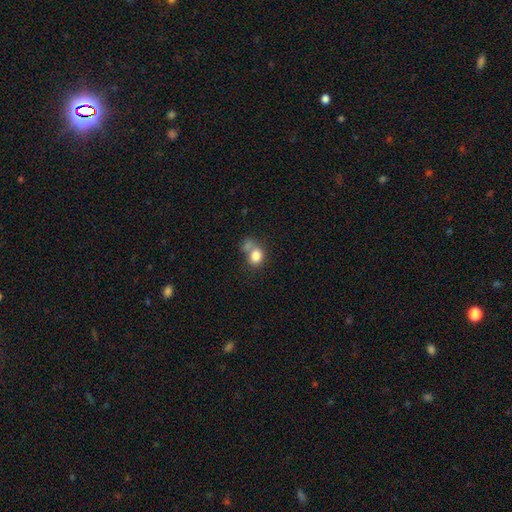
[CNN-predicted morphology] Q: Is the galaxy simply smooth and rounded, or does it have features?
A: smooth — 80%.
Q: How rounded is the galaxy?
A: in between — 50%.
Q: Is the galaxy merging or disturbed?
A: merger — 41%.